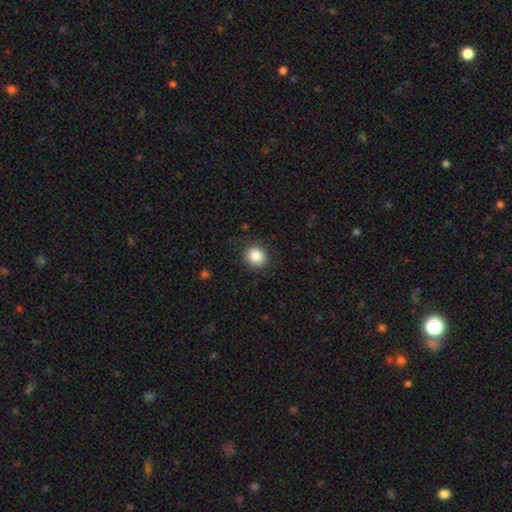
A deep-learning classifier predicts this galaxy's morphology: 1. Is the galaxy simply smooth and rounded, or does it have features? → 86% smooth, 9% star or artifact, 4% featured or disk.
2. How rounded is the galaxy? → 81% round, 18% in between, 1% cigar-shaped.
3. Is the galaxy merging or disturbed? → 87% none, 9% minor disturbance, 3% major disturbance, 1% merger.